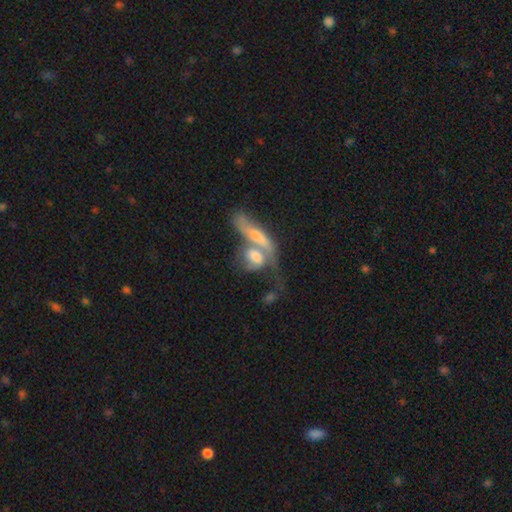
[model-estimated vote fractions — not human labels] This appears to be a featured or disk galaxy (54%). Merging: merger (60%).